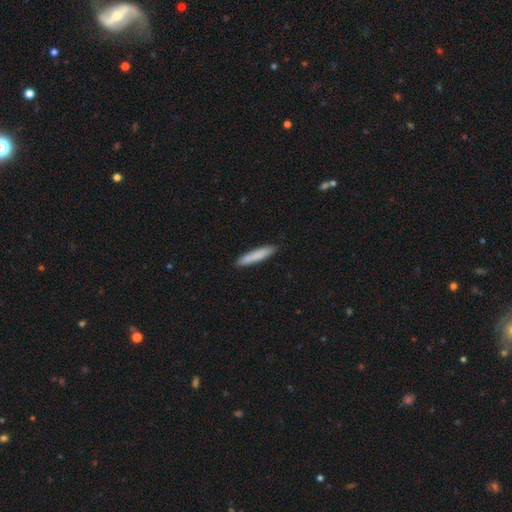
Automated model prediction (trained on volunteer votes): A smooth galaxy with no disk features (83%) that is cigar-shaped (89%). Merging: none (89%).